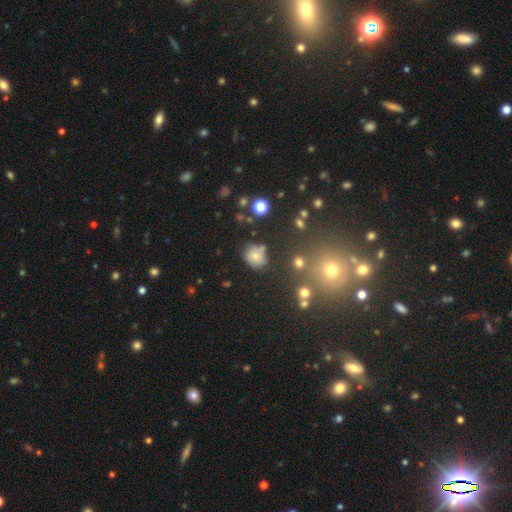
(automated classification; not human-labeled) Q: Smooth or featured?
A: smooth (71%); runner-up: featured or disk (15%)
Q: How rounded?
A: round (72%); runner-up: in between (27%)
Q: Merging?
A: none (65%); runner-up: minor disturbance (20%)